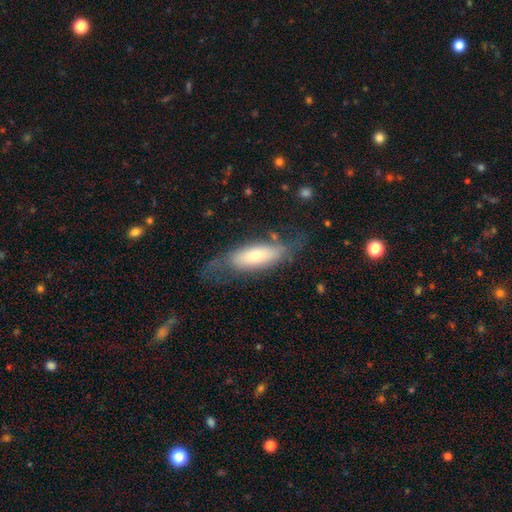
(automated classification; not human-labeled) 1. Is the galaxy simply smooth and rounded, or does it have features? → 52% smooth, 41% featured or disk, 7% star or artifact.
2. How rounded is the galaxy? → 66% in between, 32% cigar-shaped, 2% round.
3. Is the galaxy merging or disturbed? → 53% none, 25% minor disturbance, 19% major disturbance, 3% merger.